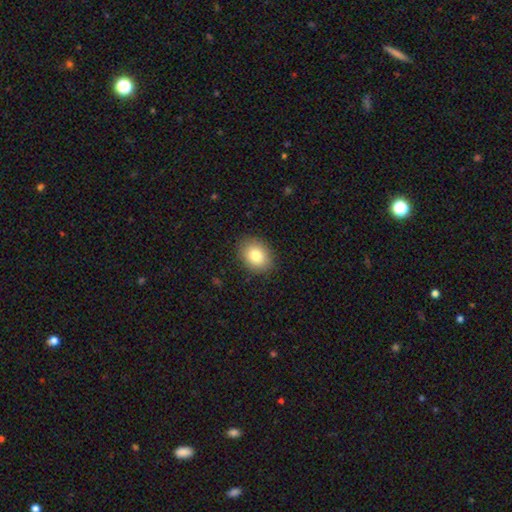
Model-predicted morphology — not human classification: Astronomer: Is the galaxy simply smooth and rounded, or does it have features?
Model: smooth — 82%.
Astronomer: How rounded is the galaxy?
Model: in between — 56% (runner-up: round, 43%).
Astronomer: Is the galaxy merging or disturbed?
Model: none — 89%.